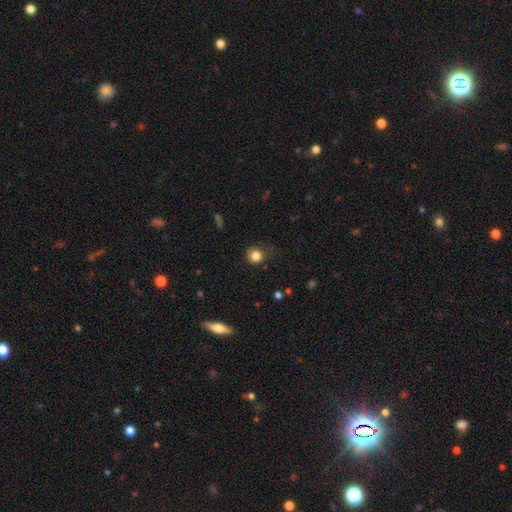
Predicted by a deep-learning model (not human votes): smooth 82%, star or artifact 11%, featured or disk 7%. Down the decision tree: how rounded — round (83%); merging — none (61%).